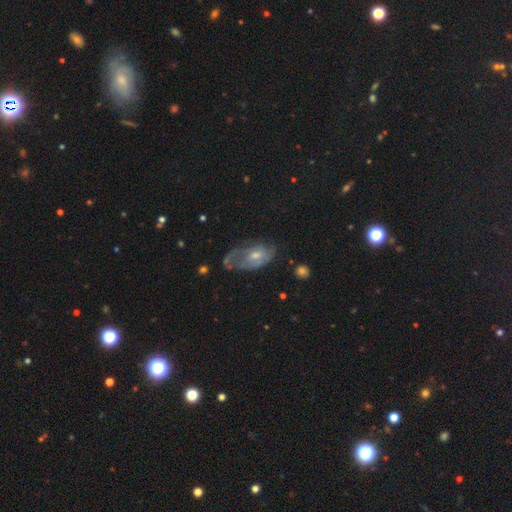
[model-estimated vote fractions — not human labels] This is possibly a featured or disk galaxy (58%). It is clearly not viewed edge-on (93%). Bar: likely no (69%). Spiral arm pattern: likely yes (62%). Central bulge: possibly moderate (55%). Merging: marginally none (36%).